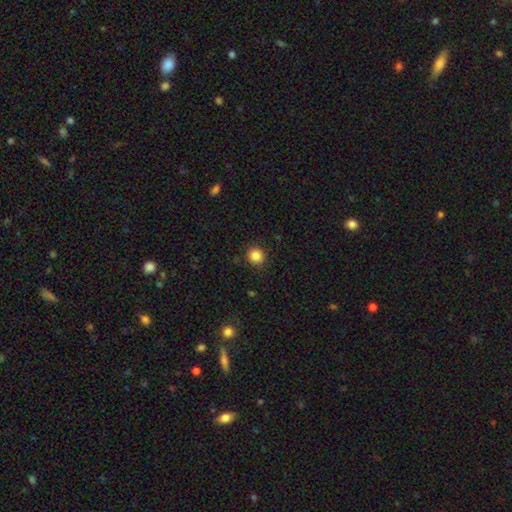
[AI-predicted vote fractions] Overall: smooth (85%). How rounded: round (85%). Merging: none (88%).